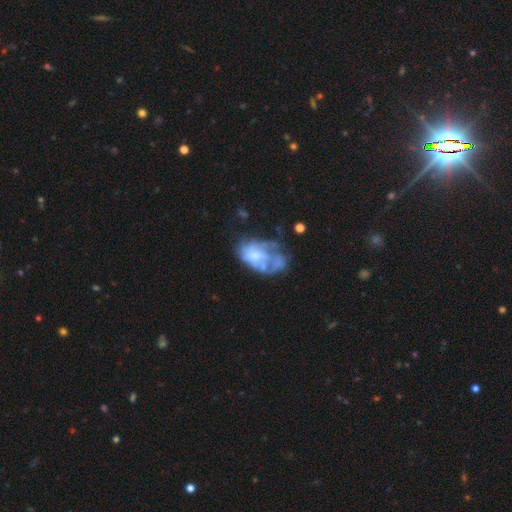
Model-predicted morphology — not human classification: featured or disk 57%, smooth 34%, star or artifact 9%. Down the decision tree: edge-on disk — no (97%); bar — no (79%); spiral arms — no (74%); bulge size — moderate (34%); merging — major disturbance (35%).